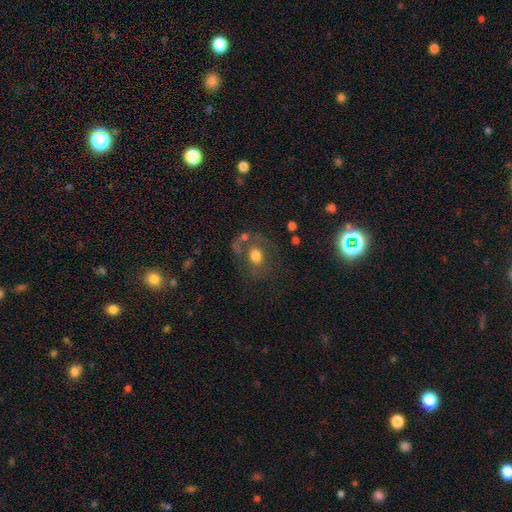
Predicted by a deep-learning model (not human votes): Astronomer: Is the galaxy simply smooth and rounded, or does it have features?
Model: smooth — 51% (runner-up: featured or disk, 37%).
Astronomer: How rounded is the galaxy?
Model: round — 56% (runner-up: in between, 43%).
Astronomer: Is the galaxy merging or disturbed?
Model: none — 51%.